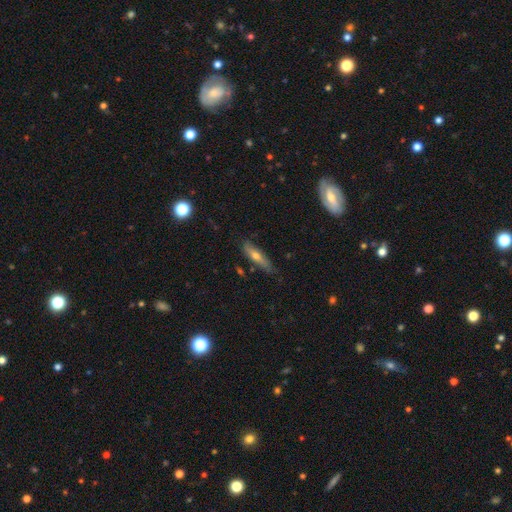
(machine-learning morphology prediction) A smooth galaxy with no disk features (56%) that is cigar-shaped (71%).

Vote fractions:
- Smooth or featured? smooth: 56% / featured or disk: 37% / star or artifact: 7%
- How rounded? cigar-shaped: 71% / in between: 27% / round: 2%
- Merging? none: 72% / minor disturbance: 22% / major disturbance: 4% / merger: 3%